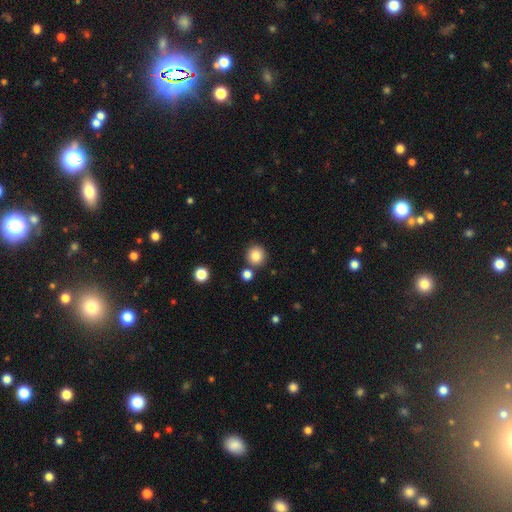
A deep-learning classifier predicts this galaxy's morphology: A smooth galaxy with no disk features (85%) that is round (91%). Merging: none (80%).